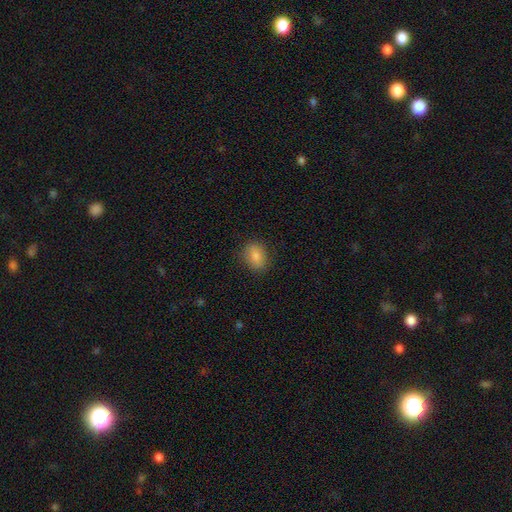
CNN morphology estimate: A smooth galaxy with no disk features (81%) that is in between round and cigar-shaped (55%). Merging: none (84%).